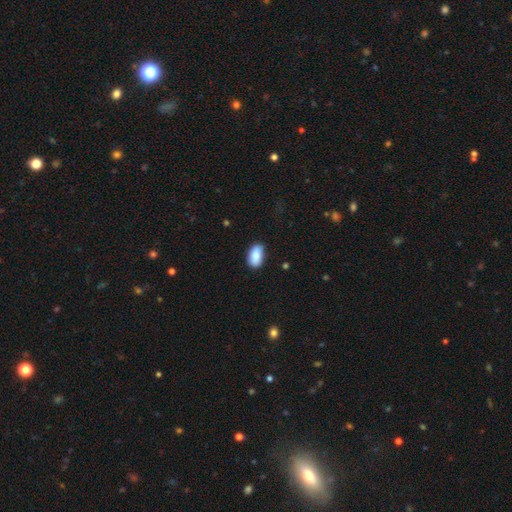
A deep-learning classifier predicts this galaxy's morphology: smooth_or_featured: smooth (p=0.86) [alt: star or artifact p=0.07]
how_rounded: in between (p=0.93) [alt: round p=0.05]
merging: none (p=0.74) [alt: minor disturbance p=0.21]